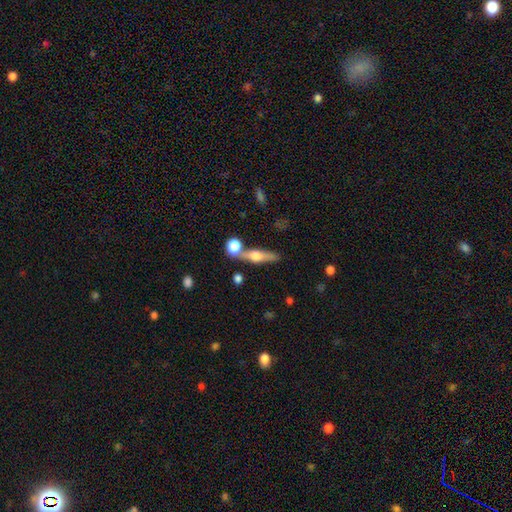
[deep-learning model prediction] This is possibly a featured or disk galaxy (52%). It is clearly viewed edge-on (91%). Merging: likely none (64%).